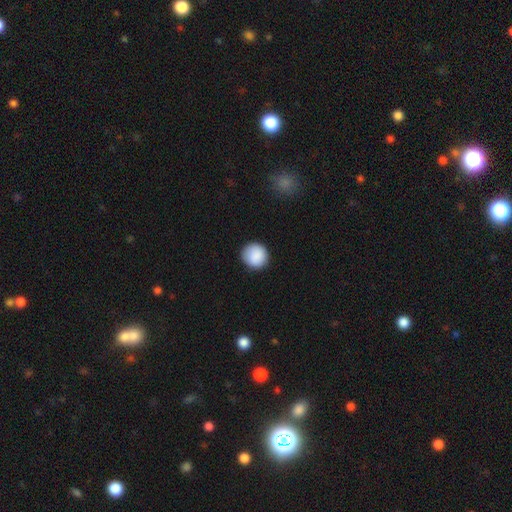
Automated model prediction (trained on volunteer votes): smooth 89%, star or artifact 7%, featured or disk 4%. Down the decision tree: how rounded — round (94%); merging — none (90%).